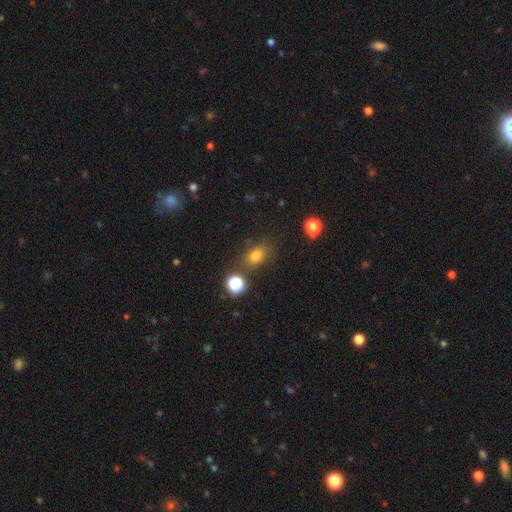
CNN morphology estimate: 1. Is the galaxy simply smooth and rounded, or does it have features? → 75% smooth, 17% star or artifact, 8% featured or disk.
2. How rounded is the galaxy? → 67% in between, 31% round, 2% cigar-shaped.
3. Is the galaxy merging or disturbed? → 75% none, 13% minor disturbance, 7% merger, 4% major disturbance.